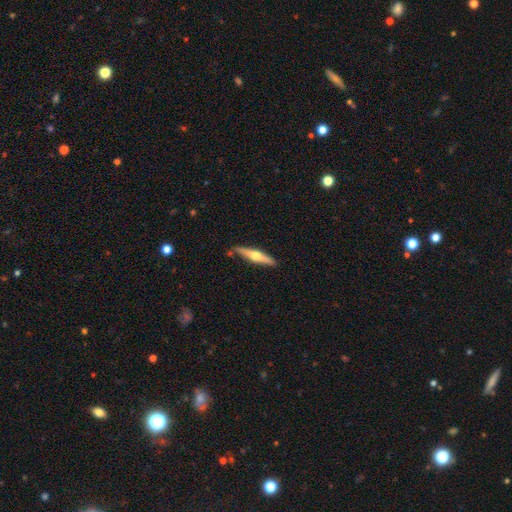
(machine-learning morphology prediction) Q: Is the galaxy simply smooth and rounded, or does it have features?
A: featured or disk — 58%.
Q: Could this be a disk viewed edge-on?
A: yes — 96%.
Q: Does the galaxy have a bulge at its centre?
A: rounded — 93%.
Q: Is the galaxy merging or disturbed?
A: none — 82%.